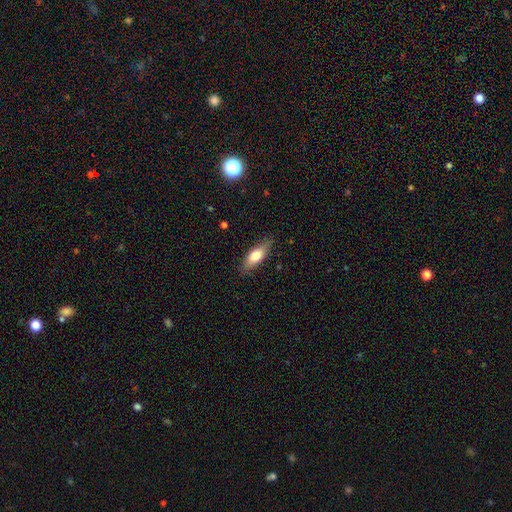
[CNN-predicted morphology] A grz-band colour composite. It shows a smooth galaxy with no disk features (71%) that is in between round and cigar-shaped (62%). Merging: none (82%).